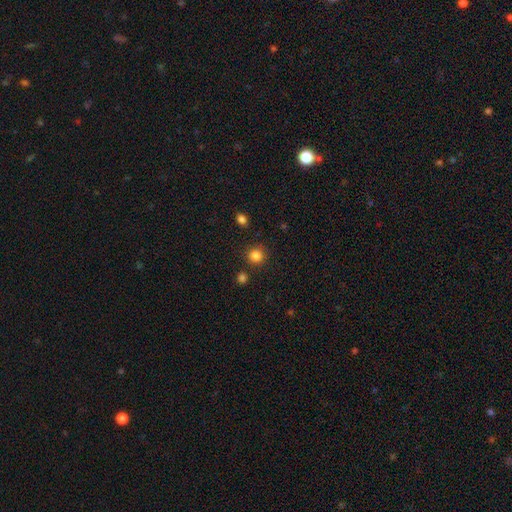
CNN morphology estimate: Smooth or featured? Predicted: smooth (p=0.84). How rounded? Predicted: round (p=0.92). Merging? Predicted: none (p=0.87).